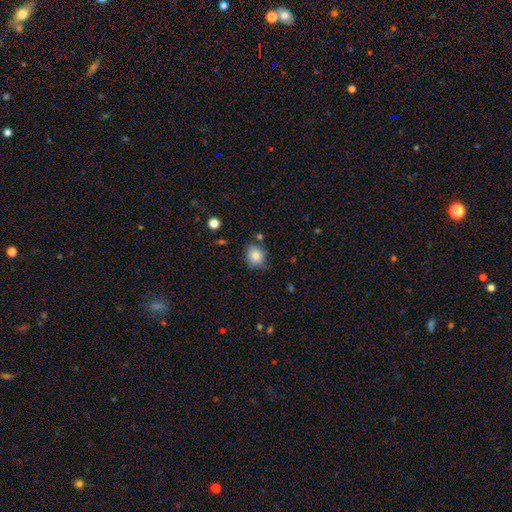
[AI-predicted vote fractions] Overall: smooth (83%). How rounded: round (72%). Merging: none (73%).